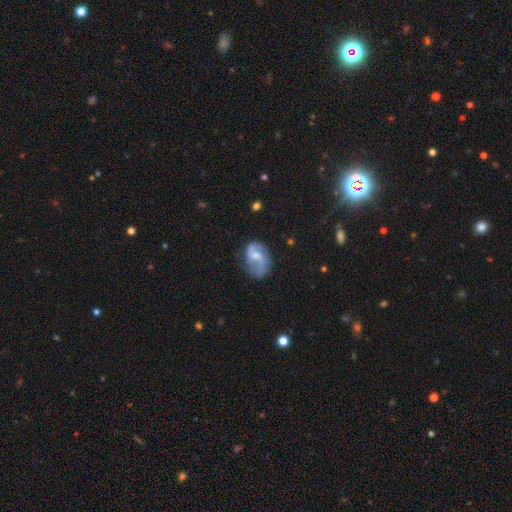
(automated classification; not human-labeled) A featured or disk galaxy (69%) with a weak bar (47%), 2 (81%) loose (49%) spiral arms (89%) and a moderate central bulge (39%).

Vote fractions:
- Smooth or featured? featured or disk: 69% / smooth: 24% / star or artifact: 7%
- Edge-on disk? no: 97% / yes: 3%
- Bar? weak: 47% / no: 45% / strong: 9%
- Spiral arms? yes: 89% / no: 11%
- Spiral winding? loose: 49% / medium: 39% / tight: 12%
- Spiral arm count? 2: 81% / can't tell: 8% / 1: 7% / 3: 2% / 4: 1% / more than 4: 1%
- Bulge size? moderate: 39% / small: 37% / none: 17% / large: 5% / dominant: 1%
- Merging? none: 57% / minor disturbance: 25% / major disturbance: 15% / merger: 3%